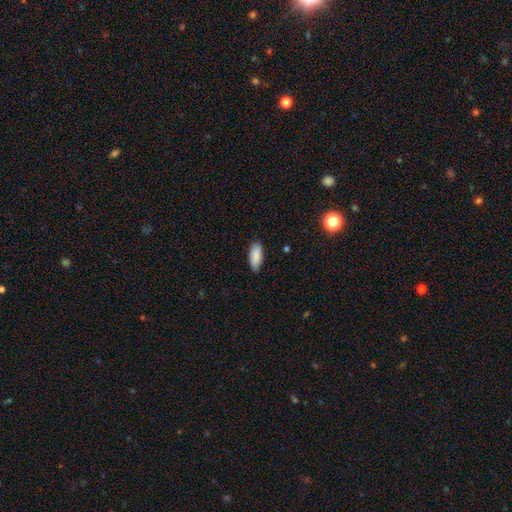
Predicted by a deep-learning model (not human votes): Smooth or featured: smooth — 89% (star or artifact — 7%)
How rounded: in between — 80% (cigar-shaped — 18%)
Merging: none — 82% (minor disturbance — 14%)